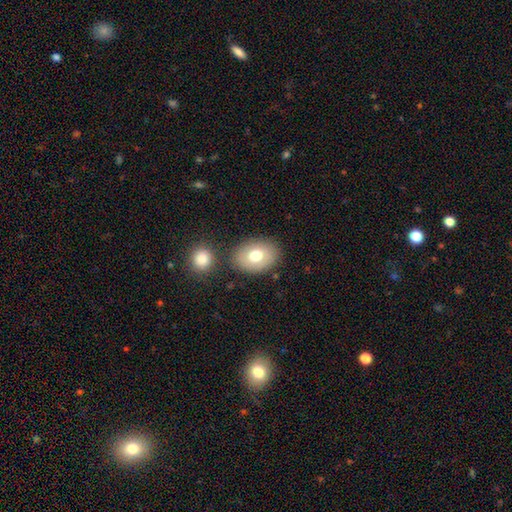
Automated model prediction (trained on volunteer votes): Smooth or featured? smooth (74%)
How rounded? in between (73%)
Merging? none (75%)